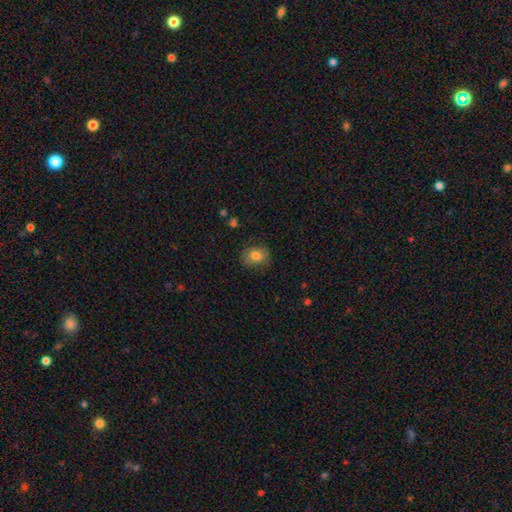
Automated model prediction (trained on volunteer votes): smooth-or-featured: smooth: 78% | featured or disk: 12% | star or artifact: 9%
  how-rounded: round: 50% | in between: 49% | cigar-shaped: 1%
  merging: none: 75% | minor disturbance: 18% | major disturbance: 5% | merger: 1%